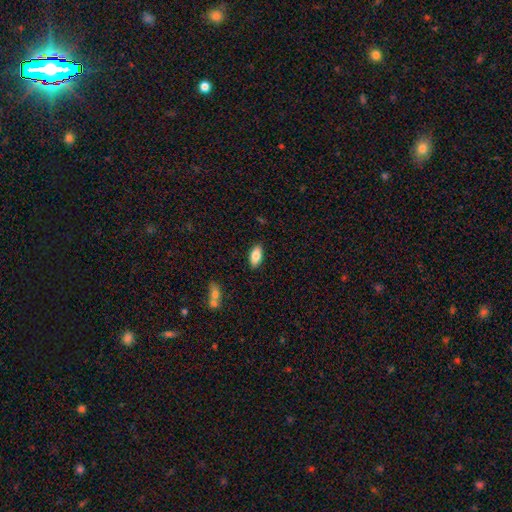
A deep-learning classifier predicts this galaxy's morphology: type=smooth (83%); roundness=in between (90%); merging=none (87%).